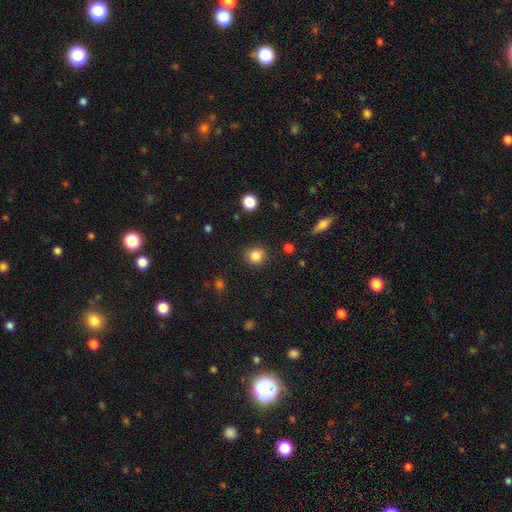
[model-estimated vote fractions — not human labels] Overall: smooth (85%). How rounded: round (88%). Merging: none (88%).